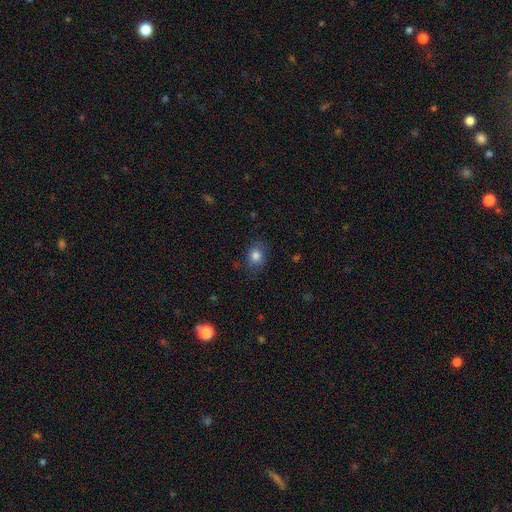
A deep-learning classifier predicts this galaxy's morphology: A smooth galaxy with no disk features (83%) that is round (63%). Merging: none (80%).